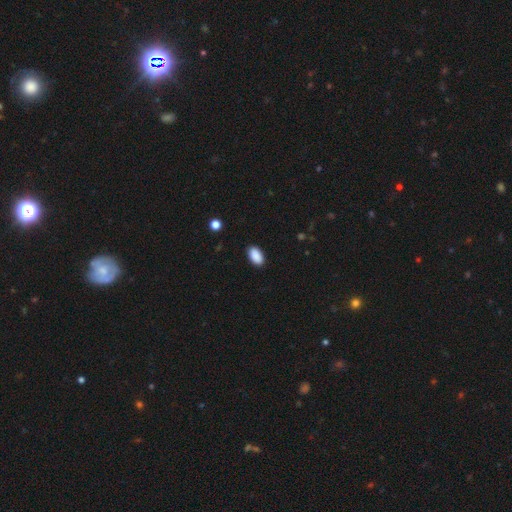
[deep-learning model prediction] Morphology: type=smooth (90%); roundness=in between (94%); merging=none (89%).